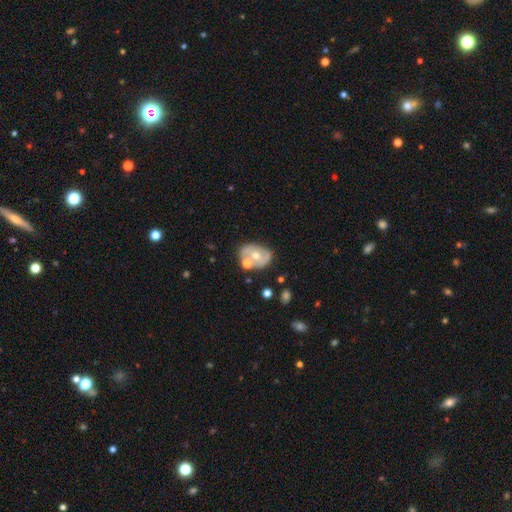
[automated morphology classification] smooth-or-featured: featured or disk: 57% | smooth: 35% | star or artifact: 8%
  disk-edge-on: no: 95% | yes: 5%
    bar: no: 74% | weak: 19% | strong: 7%
    has-spiral-arms: no: 56% | yes: 44%
    bulge-size: moderate: 65% | small: 30% | large: 3% | none: 2% | dominant: 1%
  merging: none: 56% | merger: 20% | minor disturbance: 18% | major disturbance: 6%